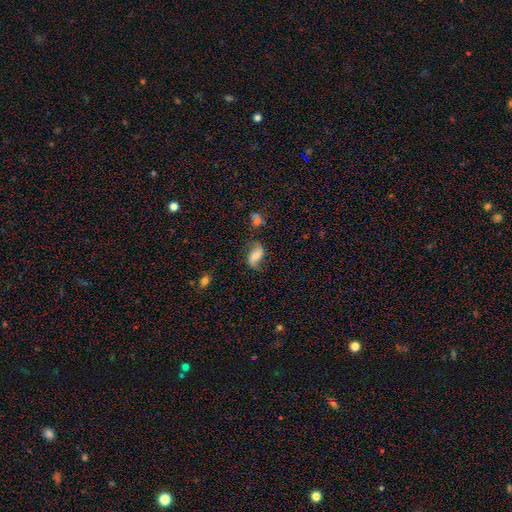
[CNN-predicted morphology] A featured or disk galaxy (58%) with no bar (44%), spiral arms (89%) and a moderate central bulge (47%).

Vote fractions:
- Smooth or featured? featured or disk: 58% / smooth: 33% / star or artifact: 9%
- Edge-on disk? no: 95% / yes: 5%
- Bar? no: 44% / weak: 36% / strong: 20%
- Spiral arms? yes: 89% / no: 11%
- Bulge size? moderate: 47% / small: 36% / none: 8% / large: 8% / dominant: 2%
- Merging? none: 66% / minor disturbance: 21% / major disturbance: 10% / merger: 3%